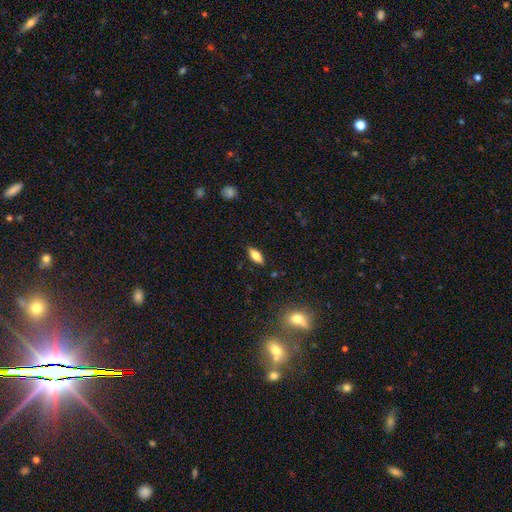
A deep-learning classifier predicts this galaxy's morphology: A smooth galaxy with no disk features (71%) that is in between round and cigar-shaped (77%).

Vote fractions:
- Smooth or featured? smooth: 71% / featured or disk: 21% / star or artifact: 8%
- How rounded? in between: 77% / cigar-shaped: 21% / round: 3%
- Merging? none: 87% / minor disturbance: 9% / major disturbance: 2% / merger: 1%